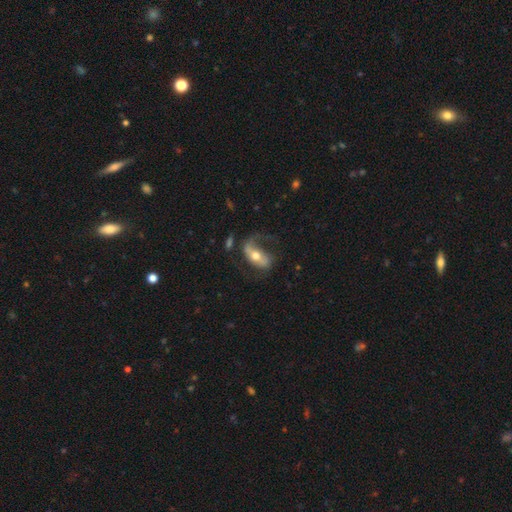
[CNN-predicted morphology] Q: Smooth or featured?
A: featured or disk (66%); runner-up: smooth (27%)
Q: Edge-on disk?
A: no (91%); runner-up: yes (9%)
Q: Bar?
A: no (38%); runner-up: strong (34%)
Q: Spiral arms?
A: yes (81%); runner-up: no (19%)
Q: Bulge size?
A: moderate (70%); runner-up: small (19%)
Q: Merging?
A: none (43%); runner-up: major disturbance (33%)